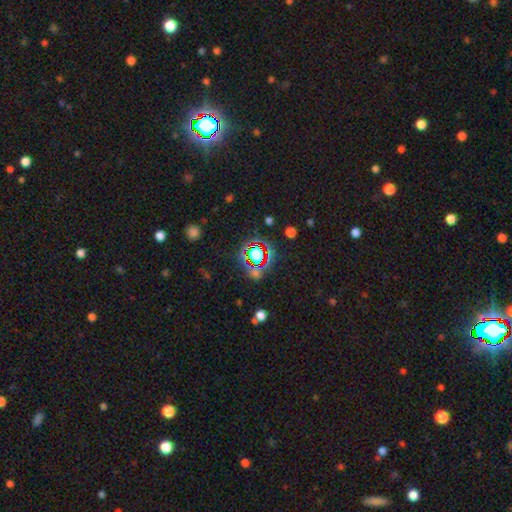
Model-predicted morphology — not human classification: Smooth or featured?
  - star or artifact: 78% *
  - smooth: 13%
  - featured or disk: 9%